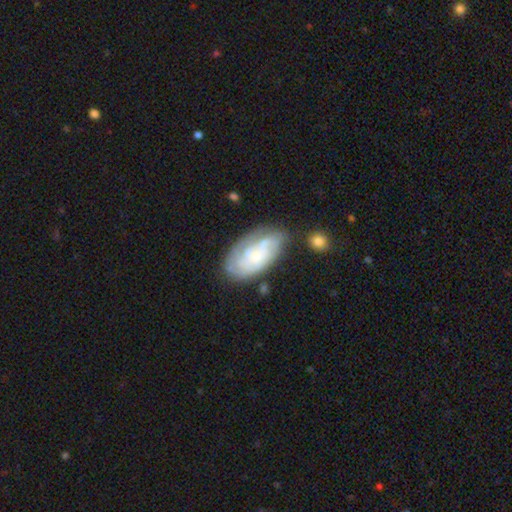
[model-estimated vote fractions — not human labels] Smooth or featured: featured or disk — 67% (smooth — 26%)
Edge-on disk: no — 95% (yes — 5%)
Bar: no — 76% (weak — 20%)
Spiral arms: yes — 83% (no — 17%)
Spiral winding: tight — 65% (medium — 26%)
Spiral arm count: can't tell — 51% (2 — 20%)
Bulge size: small — 67% (moderate — 24%)
Merging: none — 60% (minor disturbance — 24%)